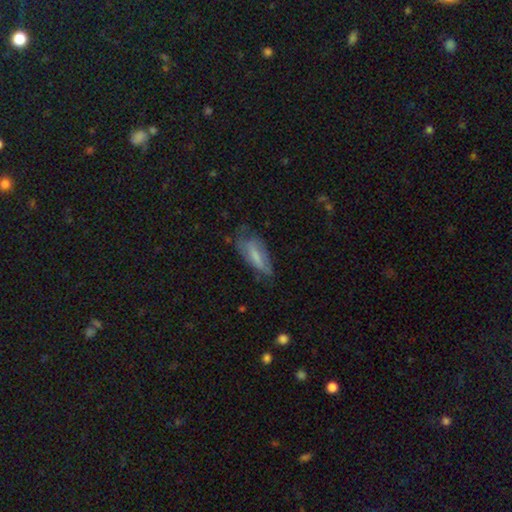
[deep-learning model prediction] smooth_or_featured: smooth (p=0.58) [alt: featured or disk p=0.35]
how_rounded: in between (p=0.61) [alt: cigar-shaped p=0.37]
merging: none (p=0.50) [alt: minor disturbance p=0.33]